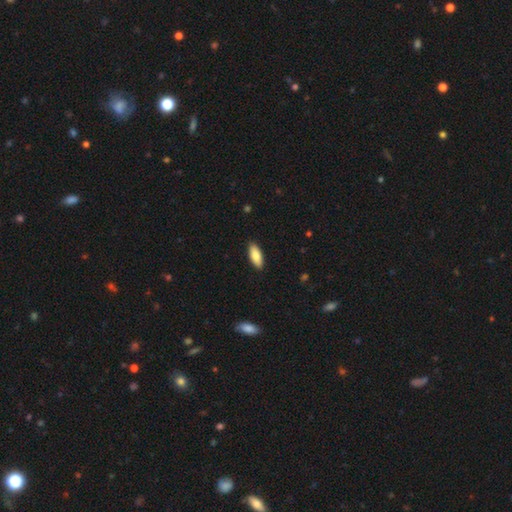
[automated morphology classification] smooth 83%, featured or disk 11%, star or artifact 6%. Down the decision tree: how rounded — in between (79%); merging — none (89%).